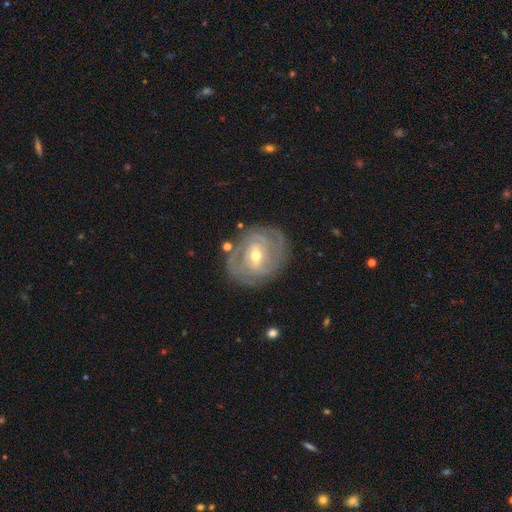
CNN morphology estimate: A featured or disk galaxy (85%) with a weak bar (48%), 2 (38%) tight (73%) spiral arms (91%) and a moderate central bulge (56%).

Vote fractions:
- Smooth or featured? featured or disk: 85% / smooth: 10% / star or artifact: 6%
- Edge-on disk? no: 96% / yes: 4%
- Bar? weak: 48% / strong: 27% / no: 24%
- Spiral arms? yes: 91% / no: 9%
- Spiral winding? tight: 73% / medium: 22% / loose: 5%
- Spiral arm count? 2: 38% / can't tell: 30% / 3: 17% / 4: 7% / 1: 4% / more than 4: 4%
- Bulge size? moderate: 56% / small: 40% / large: 2% / none: 1% / dominant: 1%
- Merging? none: 79% / minor disturbance: 14% / major disturbance: 5% / merger: 2%